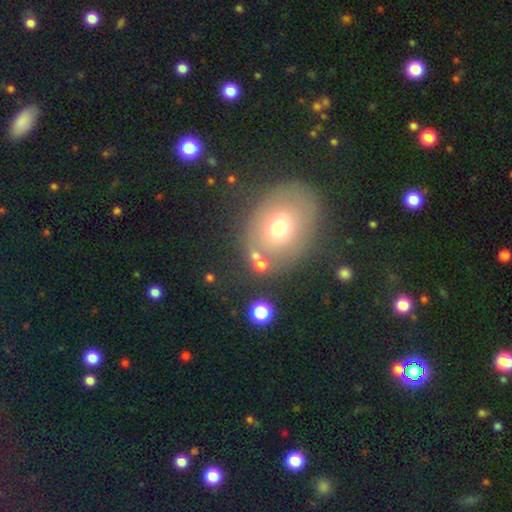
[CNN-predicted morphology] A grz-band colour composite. It shows a smooth galaxy with no disk features (67%) that is round (73%). Merging: none (63%).